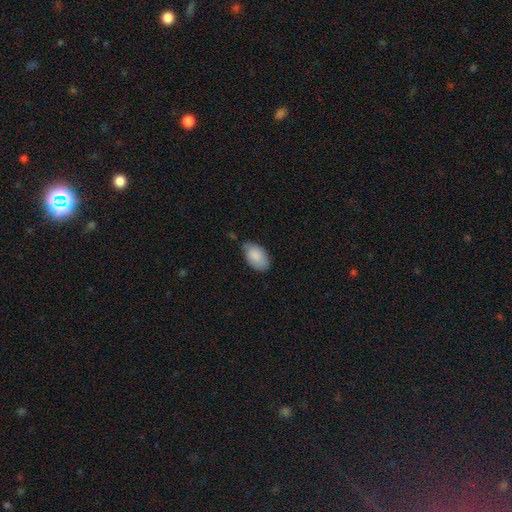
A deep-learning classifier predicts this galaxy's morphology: This appears to be a smooth galaxy with no disk features (87%) that is in between round and cigar-shaped (94%). Merging: none (67%).